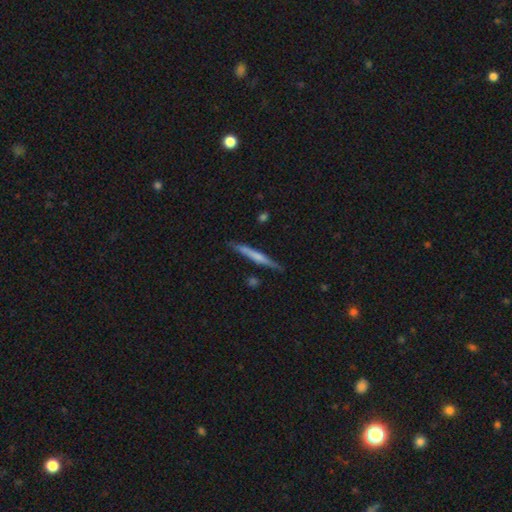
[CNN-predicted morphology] type=featured or disk (47%, tied with smooth); merging=none (84%).